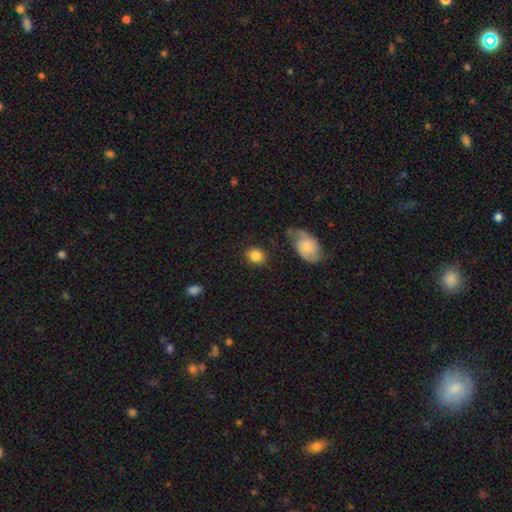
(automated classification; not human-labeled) smooth 83%, featured or disk 9%, star or artifact 7%. Down the decision tree: how rounded — round (51%); merging — none (78%).